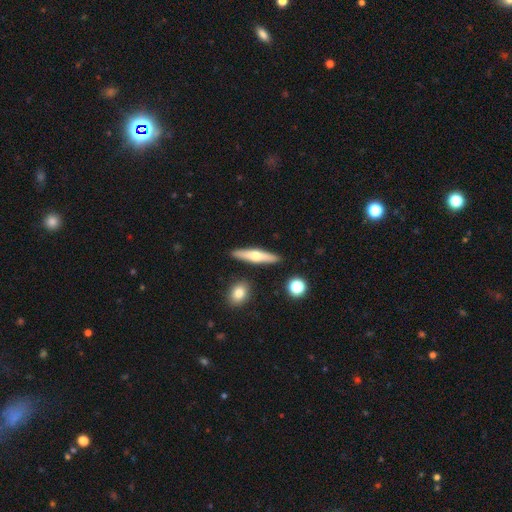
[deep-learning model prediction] Smooth or featured?
  - smooth: 48% *
  - featured or disk: 46%
  - star or artifact: 6%
Merging?
  - none: 88% *
  - minor disturbance: 7%
  - merger: 3%
  - major disturbance: 2%